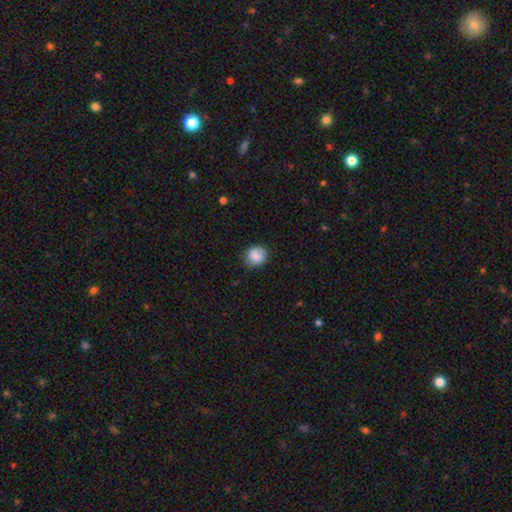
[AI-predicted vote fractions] Smooth or featured?
  - smooth: 87% *
  - star or artifact: 8%
  - featured or disk: 5%
How rounded?
  - round: 79% *
  - in between: 20%
  - cigar-shaped: 1%
Merging?
  - none: 84% *
  - minor disturbance: 12%
  - major disturbance: 3%
  - merger: 1%